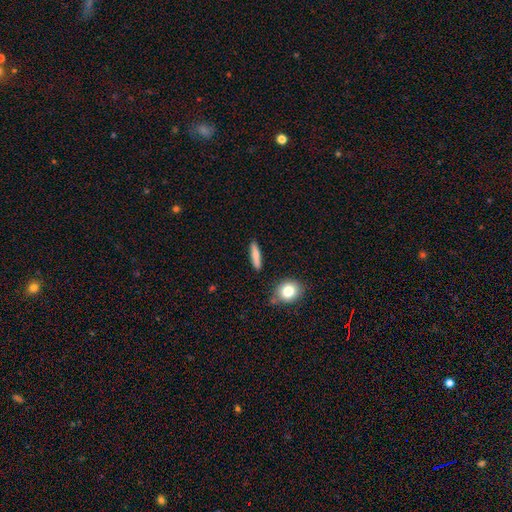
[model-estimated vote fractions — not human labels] smooth_or_featured: smooth (p=0.76) [alt: featured or disk p=0.17]
how_rounded: cigar-shaped (p=0.79) [alt: in between p=0.18]
merging: none (p=0.86) [alt: minor disturbance p=0.09]